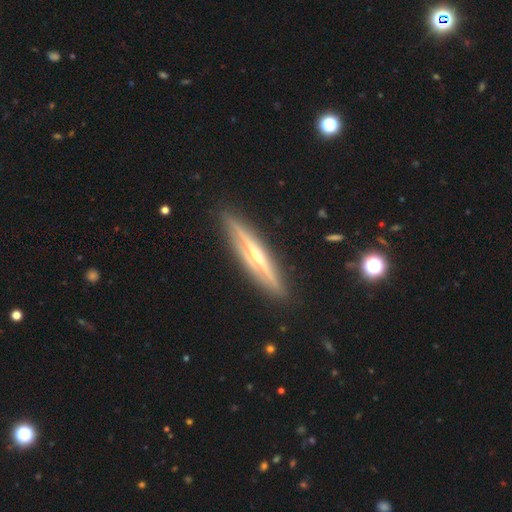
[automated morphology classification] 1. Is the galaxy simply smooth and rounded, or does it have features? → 81% featured or disk, 13% smooth, 6% star or artifact.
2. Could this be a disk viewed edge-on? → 96% yes, 4% no.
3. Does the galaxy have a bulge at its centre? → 76% rounded, 18% none, 6% boxy.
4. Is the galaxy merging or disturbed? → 88% none, 9% minor disturbance, 2% major disturbance, 1% merger.